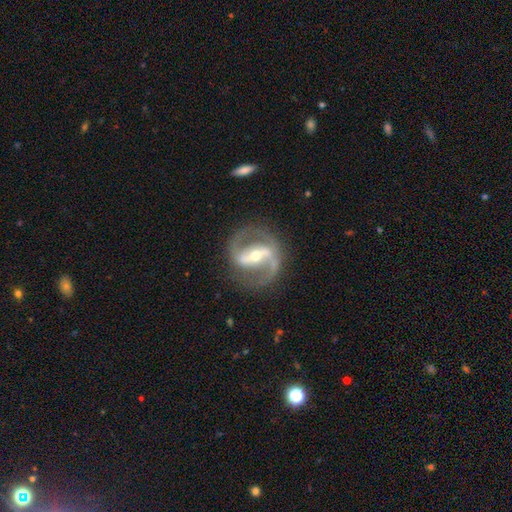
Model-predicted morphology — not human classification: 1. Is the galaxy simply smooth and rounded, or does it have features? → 90% featured or disk, 5% smooth, 5% star or artifact.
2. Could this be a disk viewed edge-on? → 96% no, 4% yes.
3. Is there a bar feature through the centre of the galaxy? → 63% strong, 25% weak, 11% no.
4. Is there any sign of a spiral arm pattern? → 95% yes, 5% no.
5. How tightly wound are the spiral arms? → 58% medium, 22% tight, 21% loose.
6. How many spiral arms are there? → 92% 2, 3% can't tell, 2% 1, 2% 3, 1% 4, 1% more than 4.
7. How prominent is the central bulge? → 52% moderate, 44% small, 3% large, 1% none, 1% dominant.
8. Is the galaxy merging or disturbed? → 80% none, 12% minor disturbance, 6% major disturbance, 2% merger.